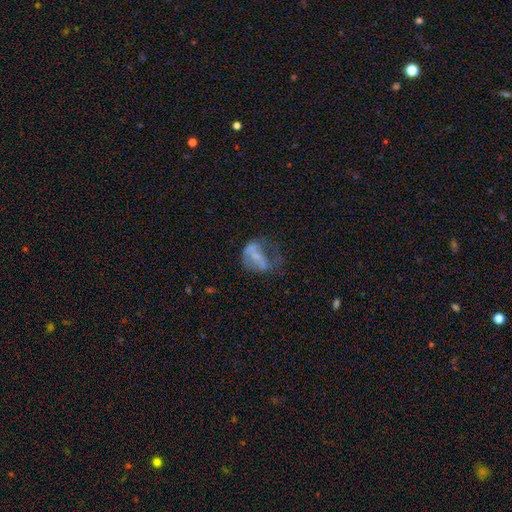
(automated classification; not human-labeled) smooth_or_featured: featured or disk (p=0.50) [alt: smooth p=0.38]
disk_edge_on: no (p=0.96) [alt: yes p=0.04]
merging: major disturbance (p=0.46) [alt: none p=0.26]